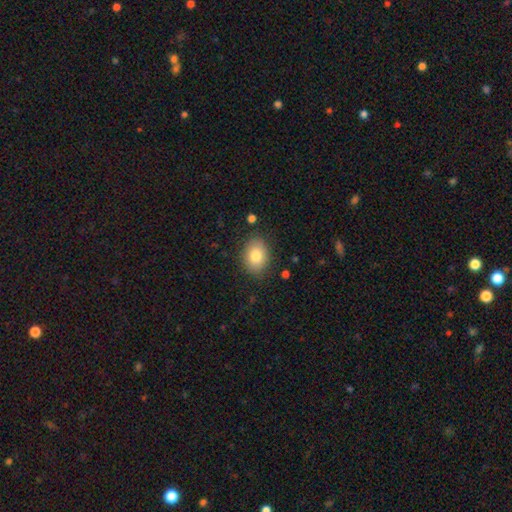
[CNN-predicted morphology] A smooth galaxy with no disk features (81%) that is in between round and cigar-shaped (65%).

Vote fractions:
- Smooth or featured? smooth: 81% / featured or disk: 10% / star or artifact: 8%
- How rounded? in between: 65% / round: 34% / cigar-shaped: 1%
- Merging? none: 85% / minor disturbance: 11% / major disturbance: 3% / merger: 1%